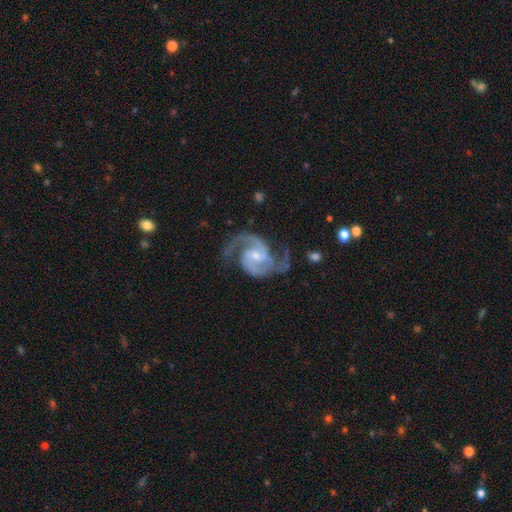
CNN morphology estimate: This is clearly a featured or disk galaxy (94%). It is clearly not viewed edge-on (98%). Bar: possibly weak (51%). Spiral arm pattern: clearly yes (99%). Spiral arm count: clearly 2 (91%). Spiral winding: likely medium (63%). Central bulge: possibly small (48%). Merging: likely none (72%).